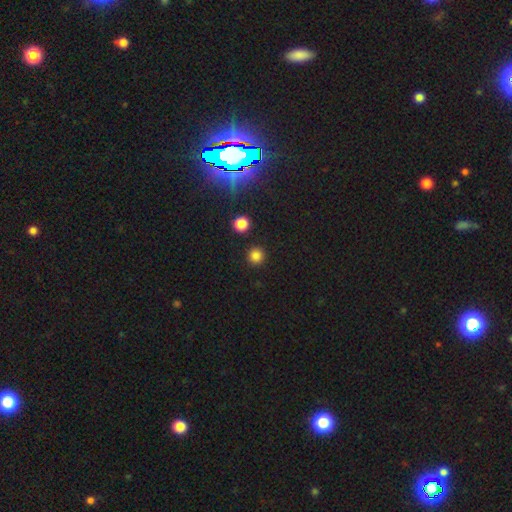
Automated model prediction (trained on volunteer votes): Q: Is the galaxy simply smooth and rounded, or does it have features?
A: smooth — 82%.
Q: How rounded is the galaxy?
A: round — 95%.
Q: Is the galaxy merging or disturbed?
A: none — 91%.